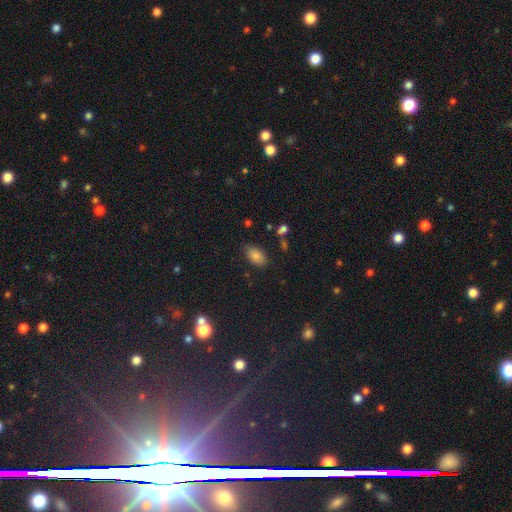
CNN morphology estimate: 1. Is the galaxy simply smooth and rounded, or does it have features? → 82% smooth, 11% star or artifact, 7% featured or disk.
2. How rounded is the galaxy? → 91% in between, 7% round, 2% cigar-shaped.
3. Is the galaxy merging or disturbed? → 81% none, 13% minor disturbance, 3% major disturbance, 2% merger.